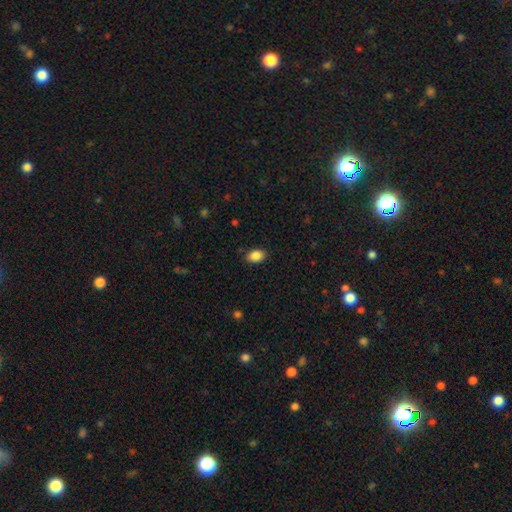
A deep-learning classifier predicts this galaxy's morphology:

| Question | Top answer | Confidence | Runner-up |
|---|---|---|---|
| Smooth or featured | smooth | 87% | star or artifact (8%) |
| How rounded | in between | 84% | round (15%) |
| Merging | none | 87% | minor disturbance (10%) |